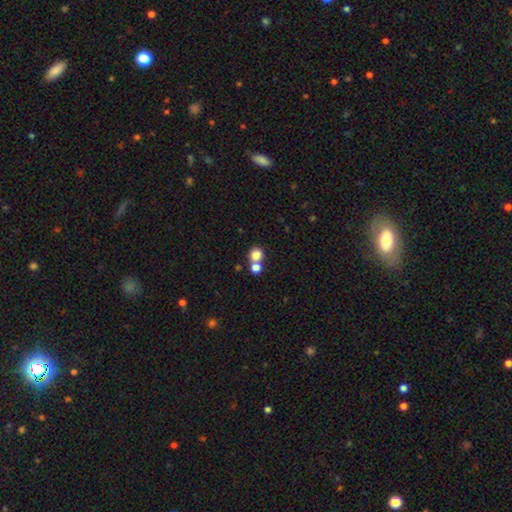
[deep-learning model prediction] smooth_or_featured: smooth (p=0.81) [alt: star or artifact p=0.11]
how_rounded: round (p=0.80) [alt: in between p=0.19]
merging: none (p=0.46) [alt: merger p=0.44]